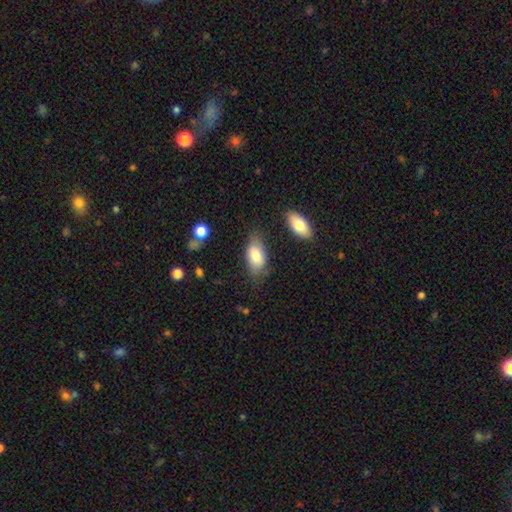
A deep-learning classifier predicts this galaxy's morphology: smooth 80%, featured or disk 14%, star or artifact 6%. Down the decision tree: how rounded — in between (91%); merging — none (66%).